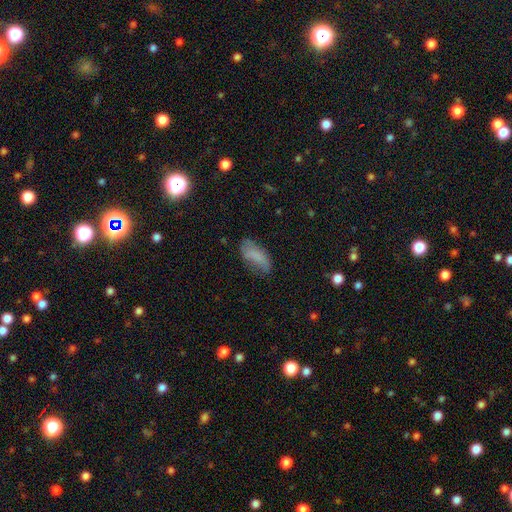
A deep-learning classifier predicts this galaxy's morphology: smooth_or_featured: smooth (p=0.70) [alt: featured or disk p=0.20]
how_rounded: in between (p=0.84) [alt: cigar-shaped p=0.13]
merging: none (p=0.54) [alt: minor disturbance p=0.31]